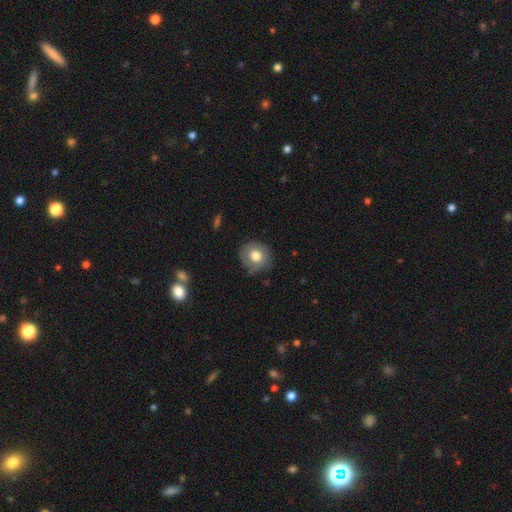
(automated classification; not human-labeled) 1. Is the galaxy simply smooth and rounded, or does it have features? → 74% smooth, 17% featured or disk, 8% star or artifact.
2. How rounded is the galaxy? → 81% round, 18% in between, 1% cigar-shaped.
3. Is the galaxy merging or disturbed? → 76% none, 18% minor disturbance, 5% major disturbance, 1% merger.